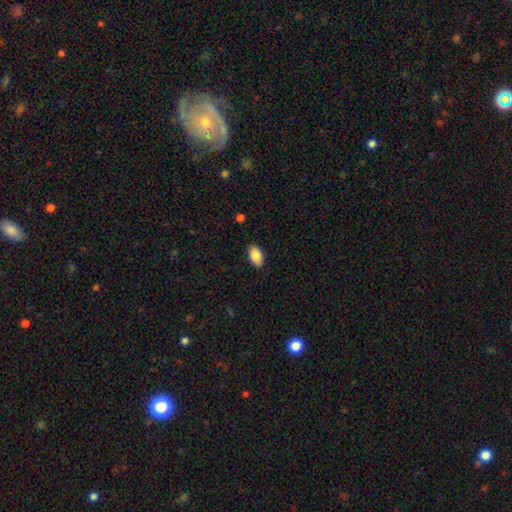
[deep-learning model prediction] smooth 87%, star or artifact 7%, featured or disk 6%. Down the decision tree: how rounded — in between (93%); merging — none (88%).